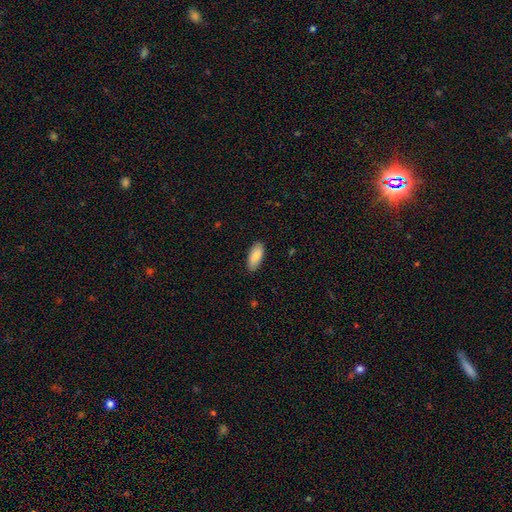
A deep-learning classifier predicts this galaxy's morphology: smooth-or-featured: smooth: 88% | featured or disk: 6% | star or artifact: 6%
  how-rounded: in between: 86% | cigar-shaped: 12% | round: 2%
  merging: none: 85% | minor disturbance: 12% | major disturbance: 2% | merger: 1%